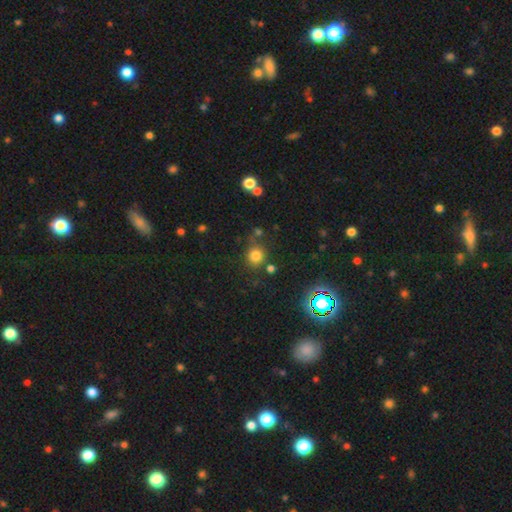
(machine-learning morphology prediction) This is likely a smooth galaxy (76%). How rounded: clearly round (87%). Merging: likely none (75%).